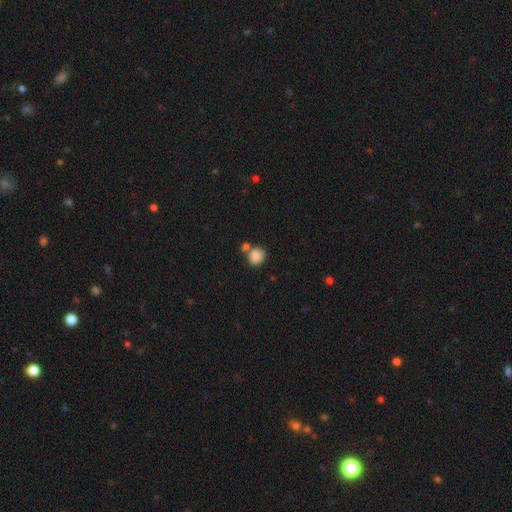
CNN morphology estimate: This is clearly a smooth galaxy (87%). How rounded: likely round (75%). Merging: likely none (61%).